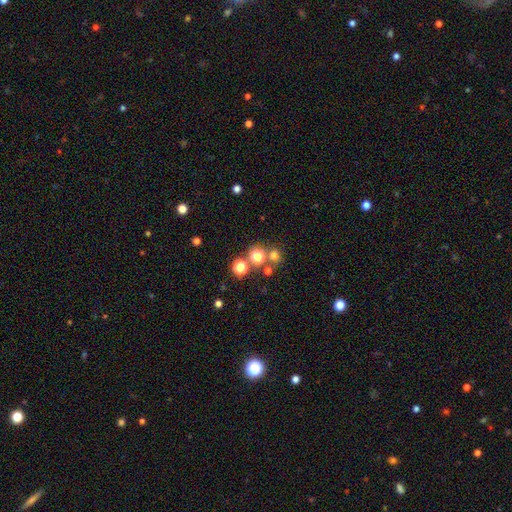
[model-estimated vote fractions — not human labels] This is likely a smooth galaxy (67%). How rounded: clearly round (89%). Merging: likely none (70%).